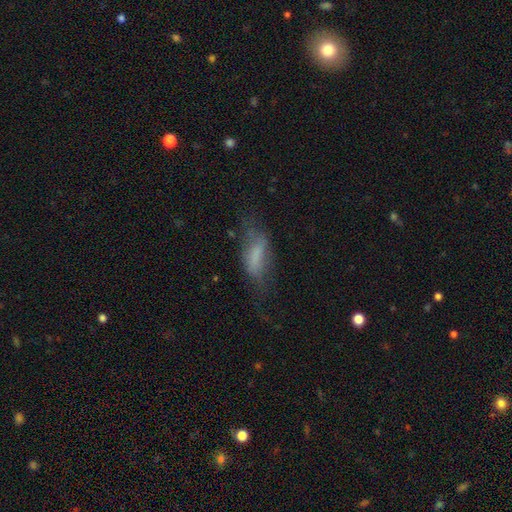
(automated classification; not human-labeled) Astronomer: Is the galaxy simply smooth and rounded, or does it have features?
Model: smooth — 59%.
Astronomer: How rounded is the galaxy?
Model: in between — 67%.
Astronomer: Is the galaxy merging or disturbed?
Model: none — 38% (runner-up: major disturbance, 30%).